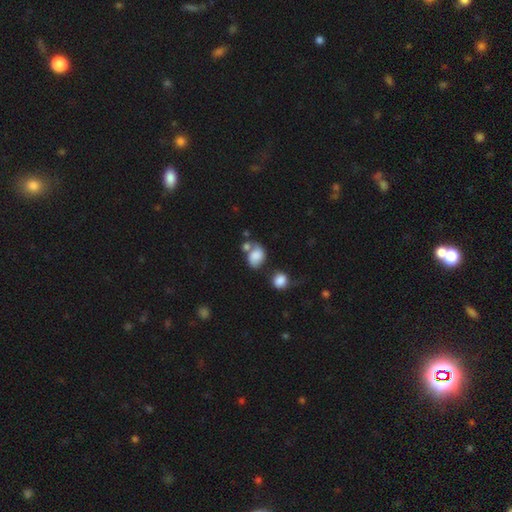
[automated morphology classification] A smooth galaxy with no disk features (72%) that is in between round and cigar-shaped (65%).

Vote fractions:
- Smooth or featured? smooth: 72% / featured or disk: 19% / star or artifact: 10%
- How rounded? in between: 65% / round: 34% / cigar-shaped: 1%
- Merging? none: 35% / merger: 32% / minor disturbance: 21% / major disturbance: 12%